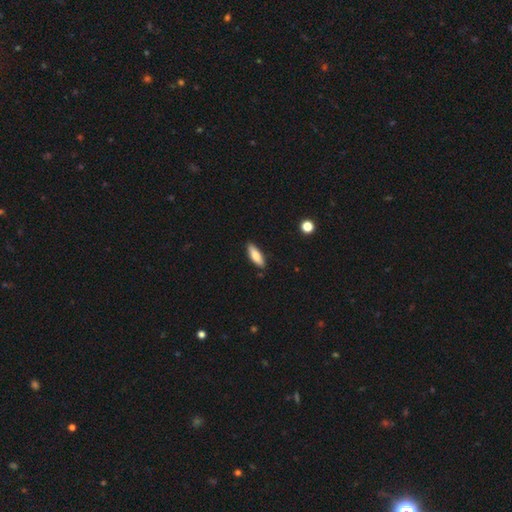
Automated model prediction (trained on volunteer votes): Smooth or featured? smooth (78%)
How rounded? in between (57%)
Merging? none (86%)